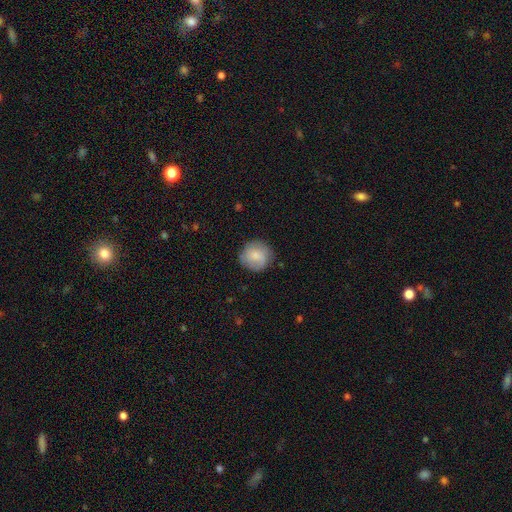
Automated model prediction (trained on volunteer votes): Q: Smooth or featured?
A: smooth (76%); runner-up: featured or disk (18%)
Q: How rounded?
A: round (92%); runner-up: in between (7%)
Q: Merging?
A: none (81%); runner-up: minor disturbance (14%)